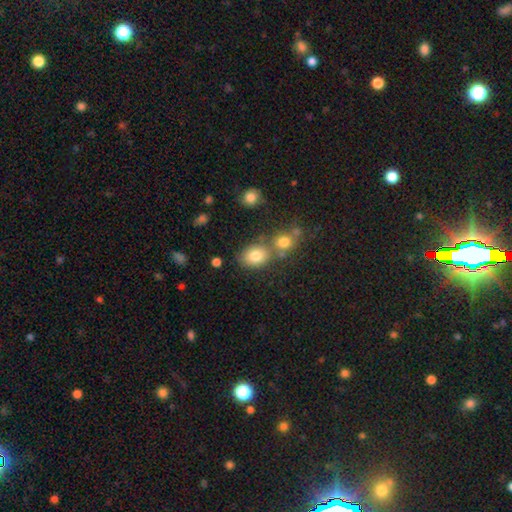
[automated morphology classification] Overall: smooth (79%). How rounded: in between (61%; round 38%). Merging: none (59%; merger 23%).